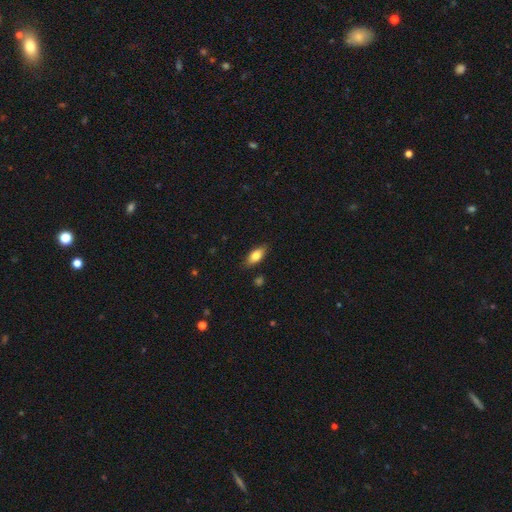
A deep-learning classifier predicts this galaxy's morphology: Smooth or featured? Predicted: smooth (p=0.77). How rounded? Predicted: in between (p=0.84). Merging? Predicted: none (p=0.85).